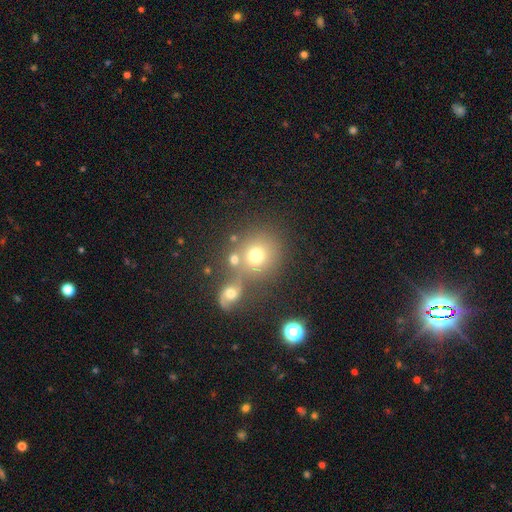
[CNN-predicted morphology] The model was most divided on "merging": none: 56%, merger: 27%, minor disturbance: 11%, major disturbance: 6%. More confident: how rounded — round (85%); smooth or featured — smooth (69%).